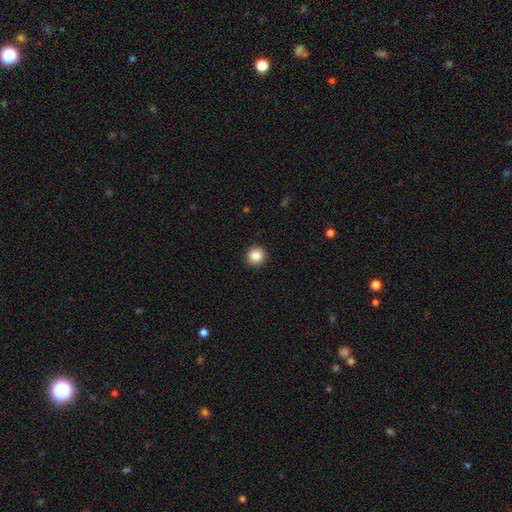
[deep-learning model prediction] This is clearly a smooth galaxy (86%). How rounded: clearly round (94%). Merging: clearly none (93%).